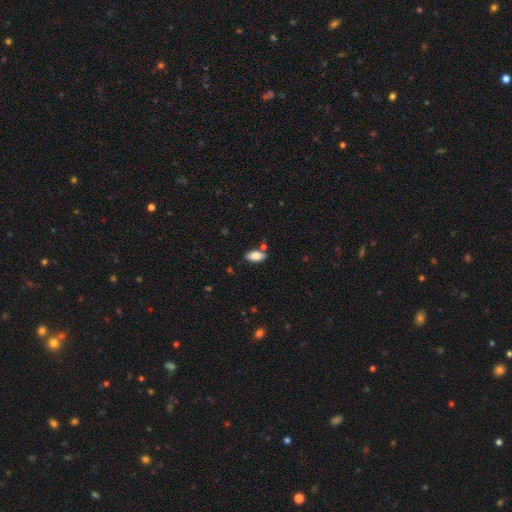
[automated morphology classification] smooth 80%, featured or disk 13%, star or artifact 7%. Down the decision tree: how rounded — in between (89%); merging — none (78%).